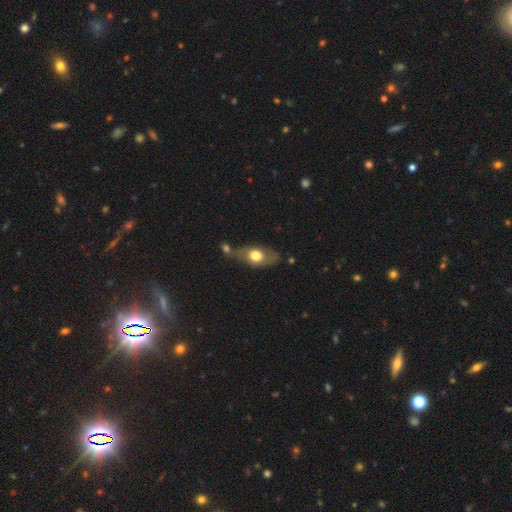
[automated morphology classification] Q: Smooth or featured?
A: smooth (54%); runner-up: featured or disk (39%)
Q: How rounded?
A: in between (74%); runner-up: round (16%)
Q: Merging?
A: none (49%); runner-up: minor disturbance (21%)